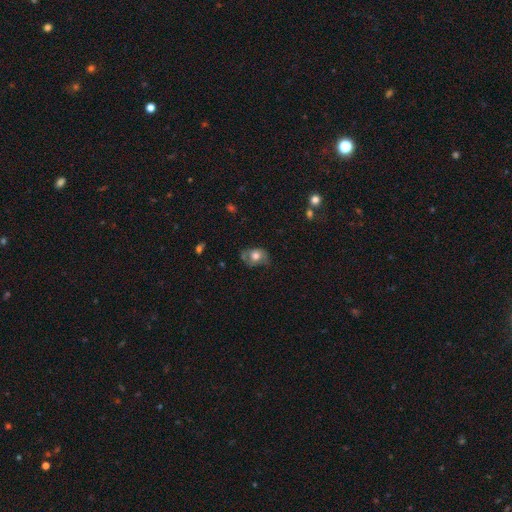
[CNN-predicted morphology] Smooth or featured: smooth — 58% (featured or disk — 33%)
How rounded: in between — 58% (round — 40%)
Merging: none — 52% (minor disturbance — 30%)